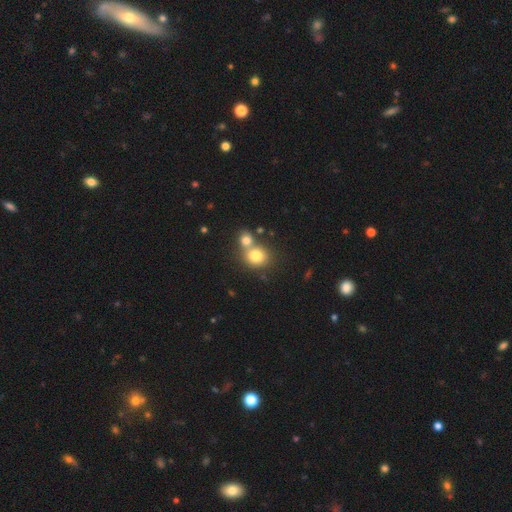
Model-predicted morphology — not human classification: A smooth galaxy with no disk features (77%) that is round (77%).

Vote fractions:
- Smooth or featured? smooth: 77% / star or artifact: 12% / featured or disk: 11%
- How rounded? round: 77% / in between: 22% / cigar-shaped: 1%
- Merging? merger: 50% / none: 40% / minor disturbance: 7% / major disturbance: 3%